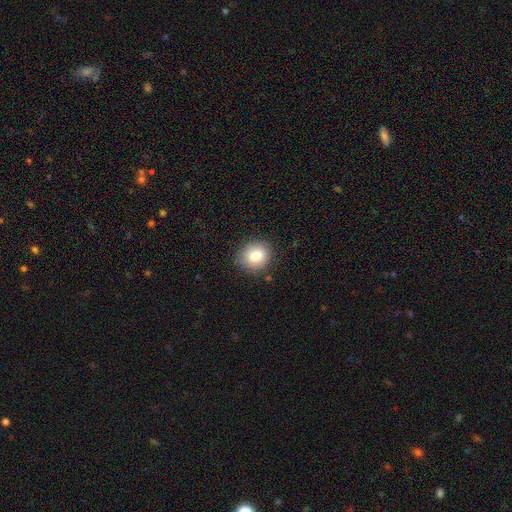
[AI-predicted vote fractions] This is clearly a smooth galaxy (82%). How rounded: likely round (66%). Merging: clearly none (82%).